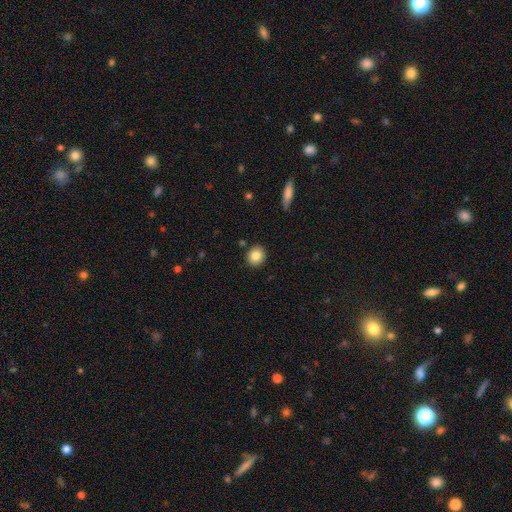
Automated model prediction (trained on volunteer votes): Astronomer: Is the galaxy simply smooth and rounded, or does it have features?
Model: smooth — 83%.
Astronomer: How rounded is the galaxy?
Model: round — 82%.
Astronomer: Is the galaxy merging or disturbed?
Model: none — 89%.